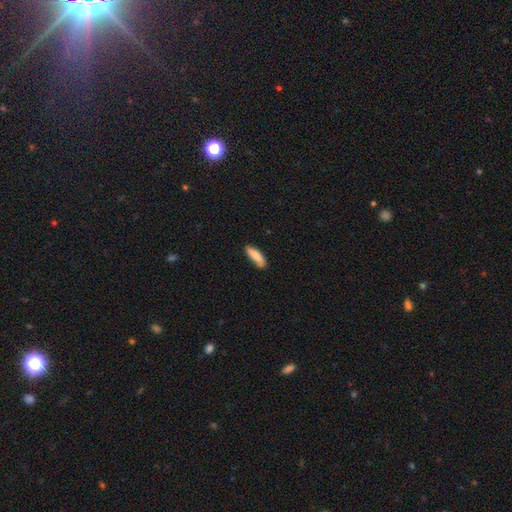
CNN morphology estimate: smooth-or-featured: smooth: 83% | featured or disk: 11% | star or artifact: 6%
  how-rounded: cigar-shaped: 52% | in between: 46% | round: 2%
  merging: none: 75% | minor disturbance: 20% | major disturbance: 3% | merger: 2%